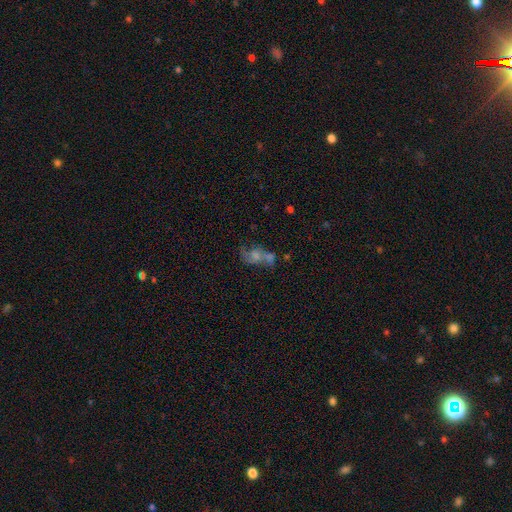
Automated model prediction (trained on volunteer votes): The model was most divided on "smooth or featured": smooth: 43%, featured or disk: 39%, star or artifact: 18%. Remaining: merging — merger (44%).